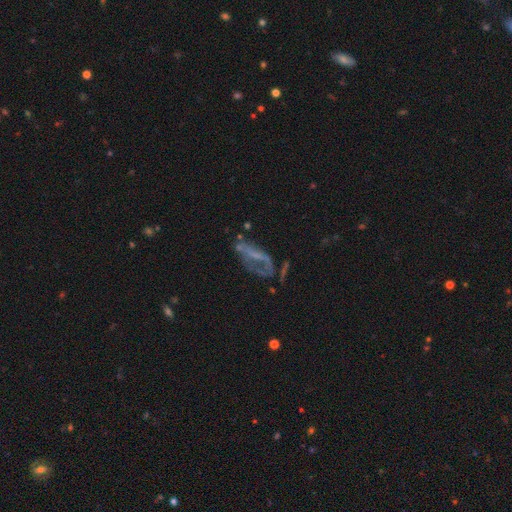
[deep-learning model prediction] smooth_or_featured: featured or disk (p=0.59) [alt: smooth p=0.26]
disk_edge_on: no (p=0.87) [alt: yes p=0.13]
bar: no (p=0.55) [alt: weak p=0.26]
has_spiral_arms: no (p=0.63) [alt: yes p=0.37]
bulge_size: none (p=0.59) [alt: small p=0.25]
merging: major disturbance (p=0.40) [alt: none p=0.32]